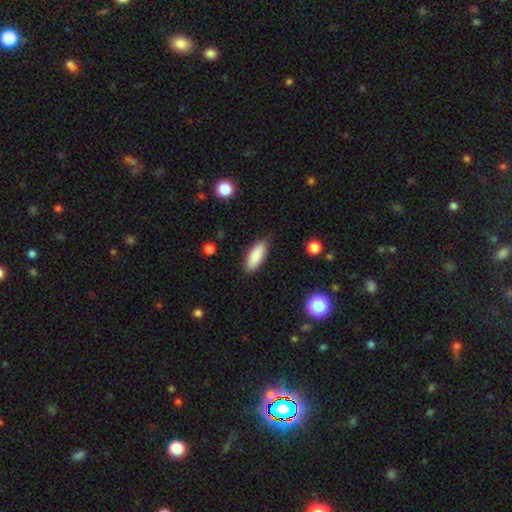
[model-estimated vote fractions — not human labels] The model was most divided on "how rounded": in between: 77%, cigar-shaped: 22%, round: 2%. More confident: smooth or featured — smooth (88%); merging — none (86%).